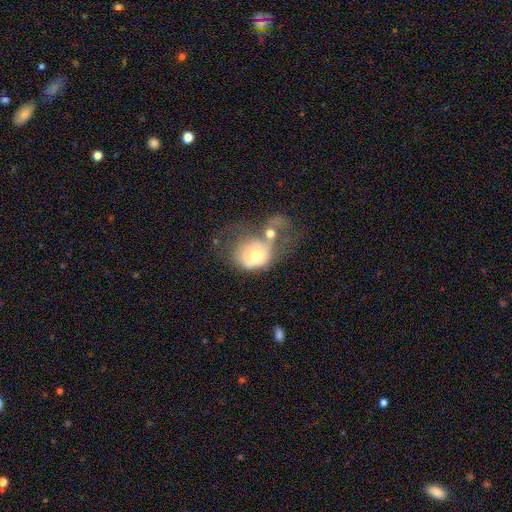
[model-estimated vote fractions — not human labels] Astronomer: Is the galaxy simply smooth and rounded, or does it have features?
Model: smooth — 53% (runner-up: featured or disk, 38%).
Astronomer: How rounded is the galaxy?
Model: in between — 49%, tied with round at 49%.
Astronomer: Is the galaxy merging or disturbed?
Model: merger — 57%.